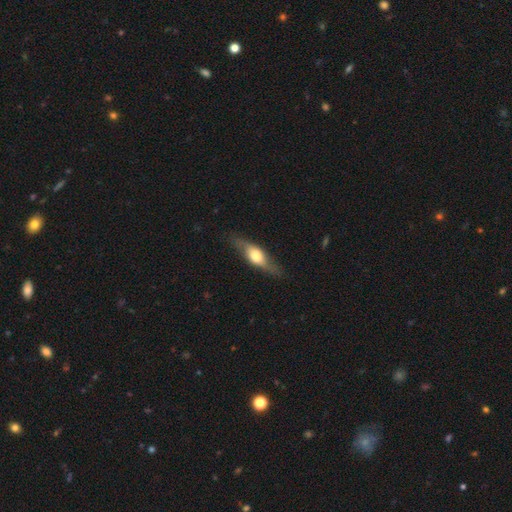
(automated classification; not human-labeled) A featured or disk galaxy (51%) viewed edge-on (76%).

Vote fractions:
- Smooth or featured? featured or disk: 51% / smooth: 43% / star or artifact: 6%
- Edge-on disk? yes: 76% / no: 24%
- Merging? none: 80% / minor disturbance: 15% / major disturbance: 5% / merger: 1%